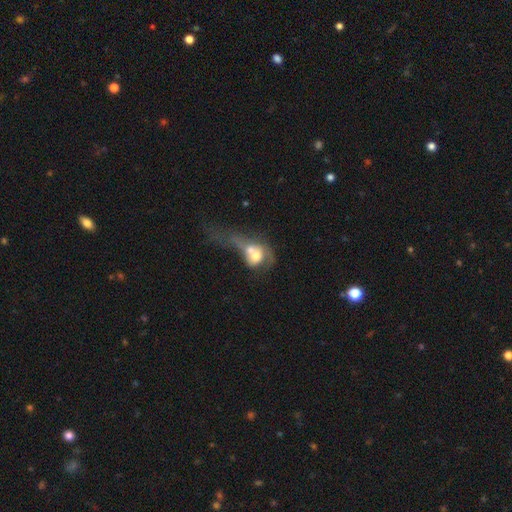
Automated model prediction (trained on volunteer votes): Morphology: type=smooth (52%); roundness=round (53%); merging=merger (66%).